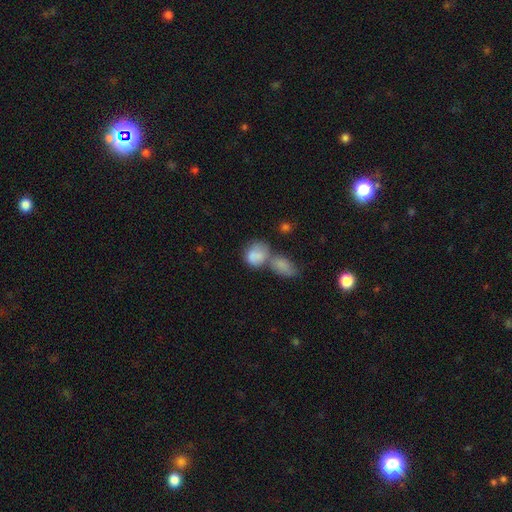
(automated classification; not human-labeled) Morphology: type=smooth (79%); roundness=in between (56%); merging=merger (60%).